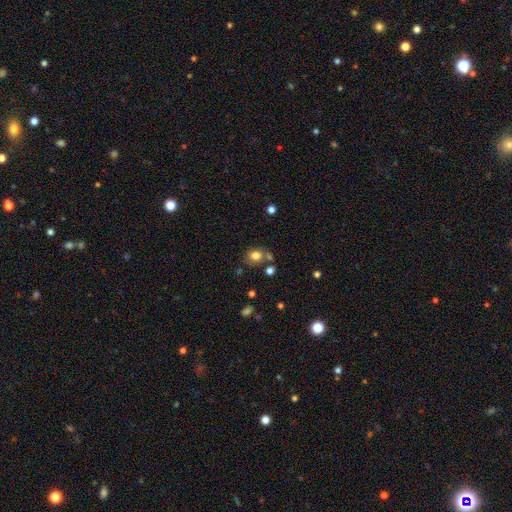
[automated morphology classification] This appears to be a smooth galaxy with no disk features (76%) that is round (53%). Merging: none (61%).